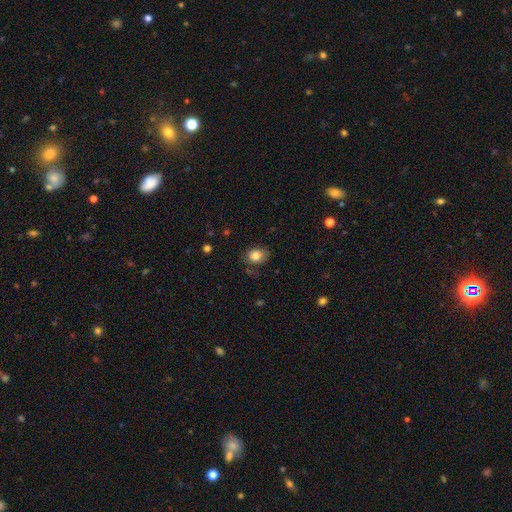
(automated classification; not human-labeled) This appears to be a smooth galaxy with no disk features (78%) that is in between round and cigar-shaped (62%). Merging: none (66%).